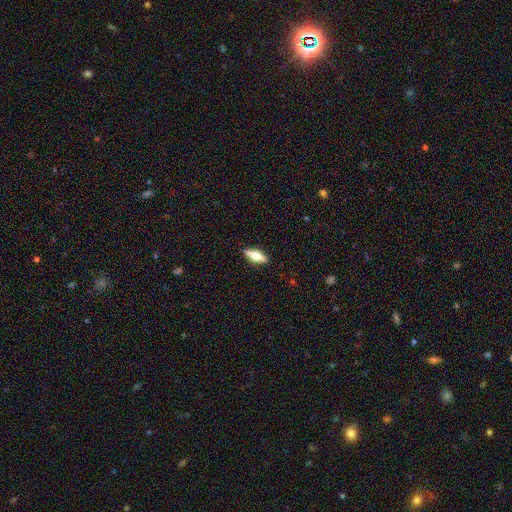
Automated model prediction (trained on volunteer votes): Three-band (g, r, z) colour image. It shows a smooth galaxy with no disk features (48%). Merging: none (89%).